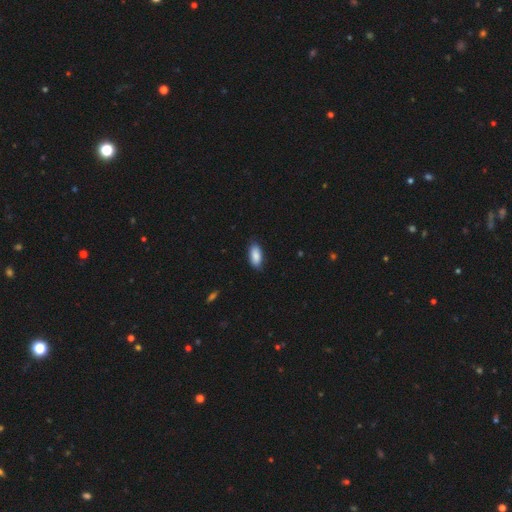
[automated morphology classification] This appears to be a smooth galaxy with no disk features (88%) that is in between round and cigar-shaped (90%). Merging: none (83%).